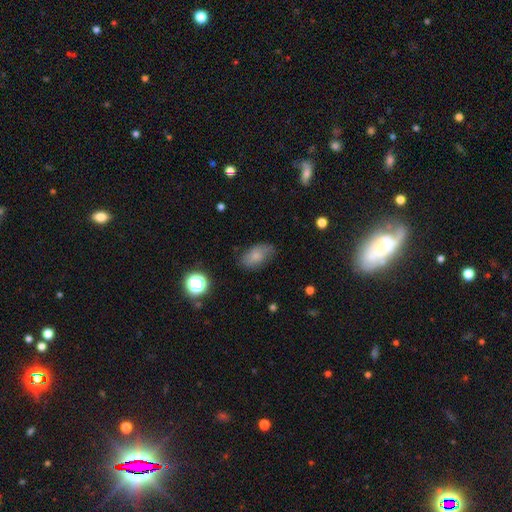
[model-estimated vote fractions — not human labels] Smooth or featured? smooth (71%)
How rounded? in between (90%)
Merging? none (69%)